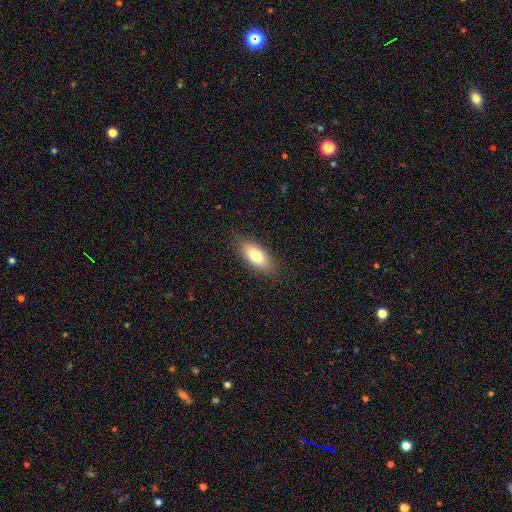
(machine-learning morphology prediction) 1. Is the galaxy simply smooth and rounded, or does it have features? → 78% smooth, 15% featured or disk, 7% star or artifact.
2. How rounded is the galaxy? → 85% in between, 12% cigar-shaped, 3% round.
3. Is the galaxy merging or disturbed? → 83% none, 13% minor disturbance, 3% major disturbance, 1% merger.